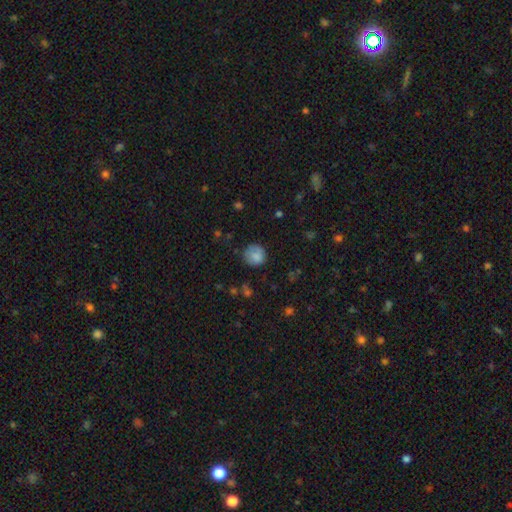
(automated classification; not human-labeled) The model was most divided on "merging": none: 71%, minor disturbance: 21%, major disturbance: 7%, merger: 2%. More confident: how rounded — round (87%); smooth or featured — smooth (81%).